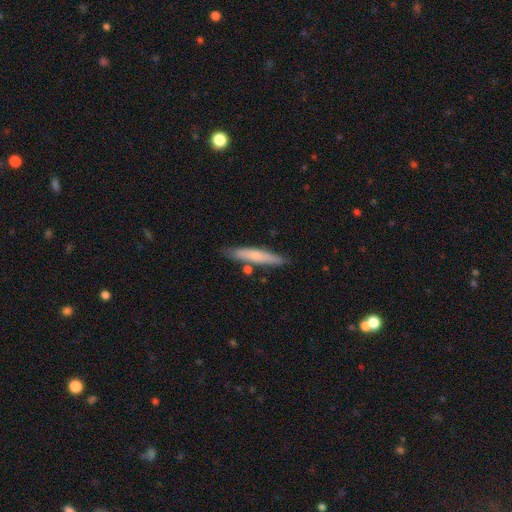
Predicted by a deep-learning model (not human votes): Smooth or featured? Predicted: smooth (p=0.64). How rounded? Predicted: cigar-shaped (p=0.91). Merging? Predicted: none (p=0.80).